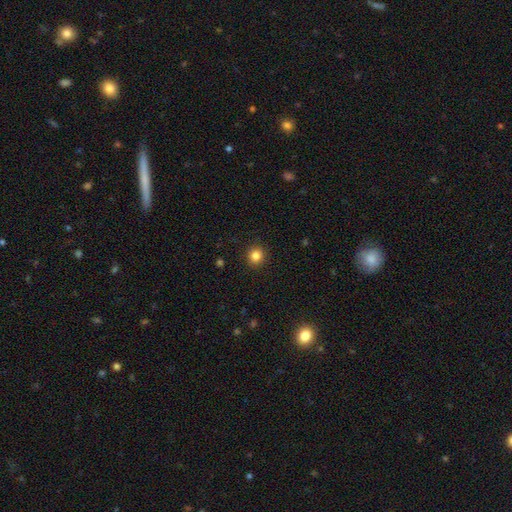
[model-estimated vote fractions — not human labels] smooth-or-featured: smooth: 84% | star or artifact: 12% | featured or disk: 5%
  how-rounded: round: 91% | in between: 8% | cigar-shaped: 1%
  merging: none: 92% | minor disturbance: 5% | major disturbance: 2% | merger: 1%